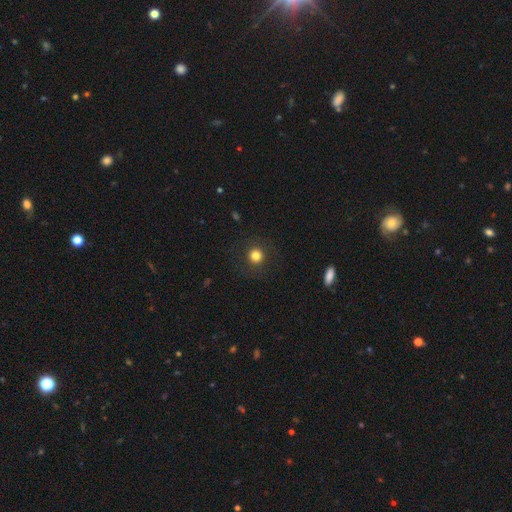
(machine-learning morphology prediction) Smooth or featured? Predicted: smooth (p=0.81). How rounded? Predicted: round (p=0.93). Merging? Predicted: none (p=0.89).